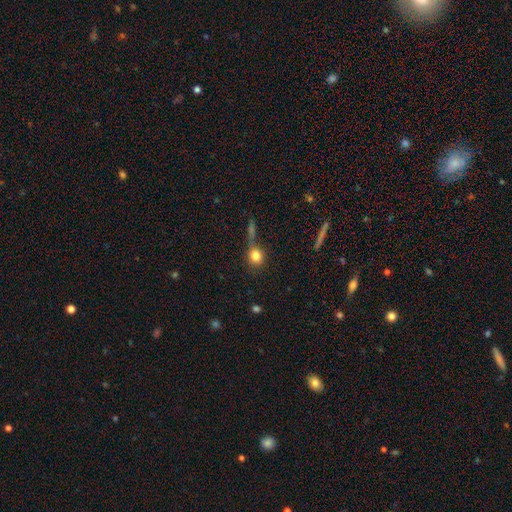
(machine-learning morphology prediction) A smooth galaxy with no disk features (80%) that is round (74%). Merging: none (55%).